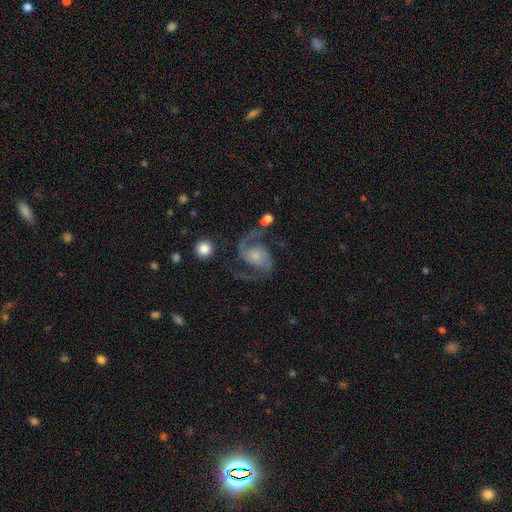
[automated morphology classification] Q: Smooth or featured?
A: featured or disk (90%); runner-up: star or artifact (5%)
Q: Edge-on disk?
A: no (98%); runner-up: yes (2%)
Q: Bar?
A: no (67%); runner-up: weak (25%)
Q: Spiral arms?
A: yes (98%); runner-up: no (2%)
Q: Spiral winding?
A: medium (50%); runner-up: loose (38%)
Q: Spiral arm count?
A: 2 (93%); runner-up: 1 (2%)
Q: Bulge size?
A: small (56%); runner-up: moderate (33%)
Q: Merging?
A: none (63%); runner-up: minor disturbance (16%)